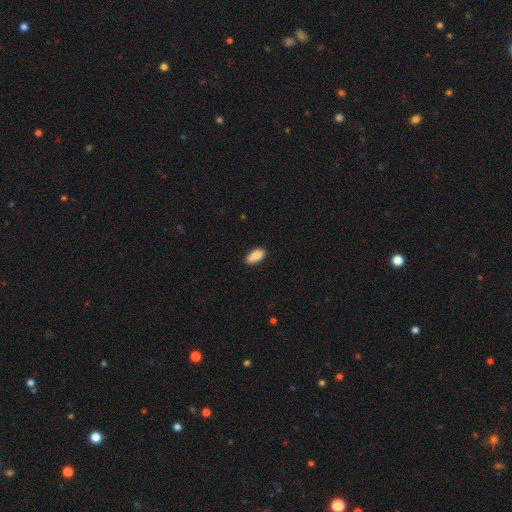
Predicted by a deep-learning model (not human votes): Smooth or featured?
  - smooth: 89% *
  - star or artifact: 7%
  - featured or disk: 4%
How rounded?
  - in between: 90% *
  - cigar-shaped: 8%
  - round: 2%
Merging?
  - none: 82% *
  - minor disturbance: 15%
  - major disturbance: 2%
  - merger: 1%